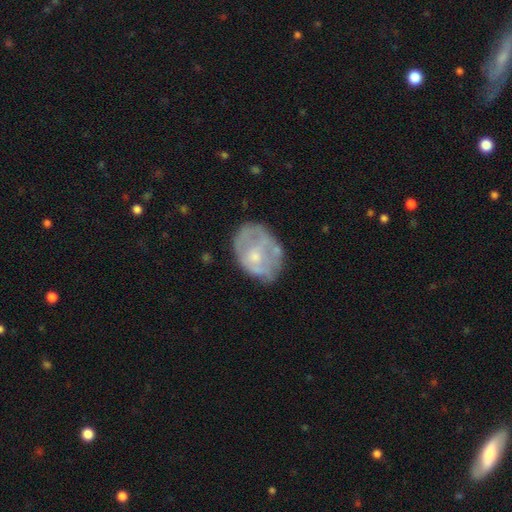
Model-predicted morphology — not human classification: Smooth or featured?
  - featured or disk: 55% *
  - smooth: 38%
  - star or artifact: 8%
Edge-on disk?
  - no: 97% *
  - yes: 3%
Bar?
  - no: 81% *
  - weak: 16%
  - strong: 3%
Spiral arms?
  - no: 73% *
  - yes: 27%
Bulge size?
  - small: 48% *
  - moderate: 41%
  - none: 8%
  - large: 2%
  - dominant: 1%
Merging?
  - none: 52% *
  - minor disturbance: 28%
  - major disturbance: 16%
  - merger: 4%